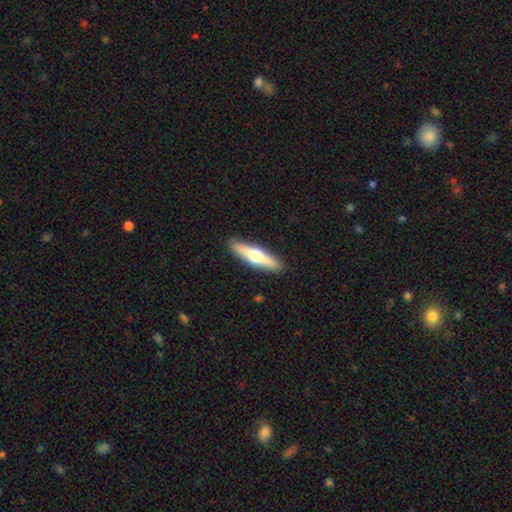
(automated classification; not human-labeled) Morphology: type=featured or disk (48%); merging=none (89%).